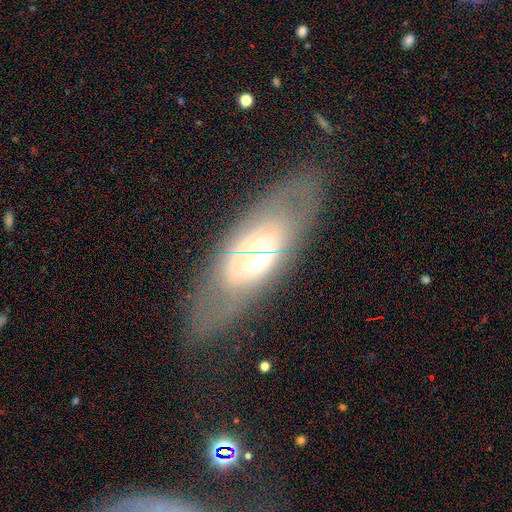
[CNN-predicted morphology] Smooth or featured?
  - featured or disk: 59% *
  - smooth: 30%
  - star or artifact: 10%
Edge-on disk?
  - no: 68% *
  - yes: 32%
Merging?
  - none: 69% *
  - minor disturbance: 17%
  - major disturbance: 12%
  - merger: 2%